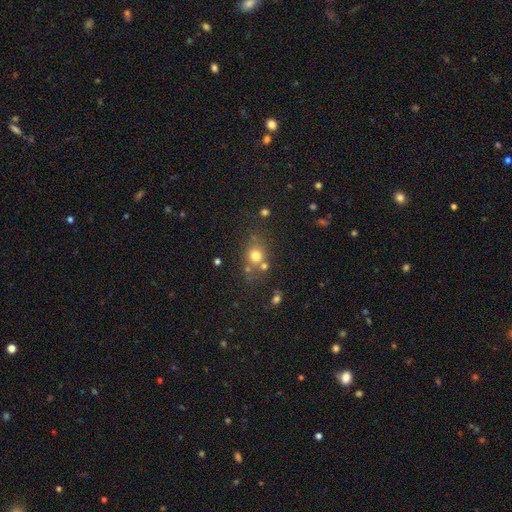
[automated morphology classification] Overall: smooth (72%). How rounded: round (77%). Merging: none (64%).